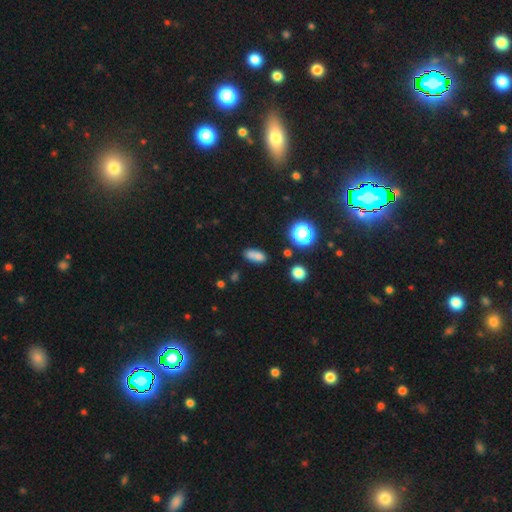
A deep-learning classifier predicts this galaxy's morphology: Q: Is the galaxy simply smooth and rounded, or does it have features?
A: smooth — 76%.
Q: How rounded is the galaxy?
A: in between — 77%.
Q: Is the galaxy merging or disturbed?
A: none — 64%.